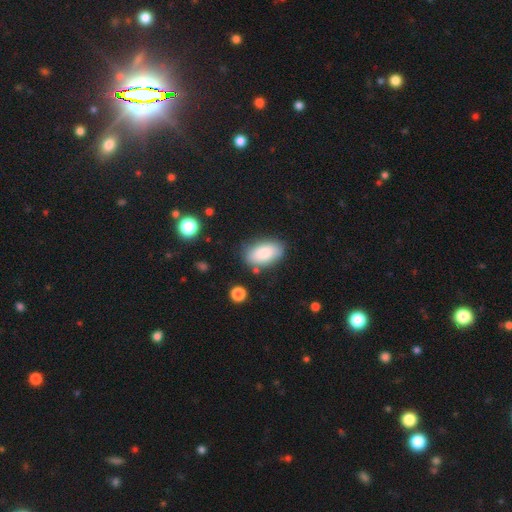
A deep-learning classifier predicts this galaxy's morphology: Smooth or featured: smooth — 84% (featured or disk — 9%)
How rounded: in between — 93% (round — 4%)
Merging: none — 78% (minor disturbance — 14%)